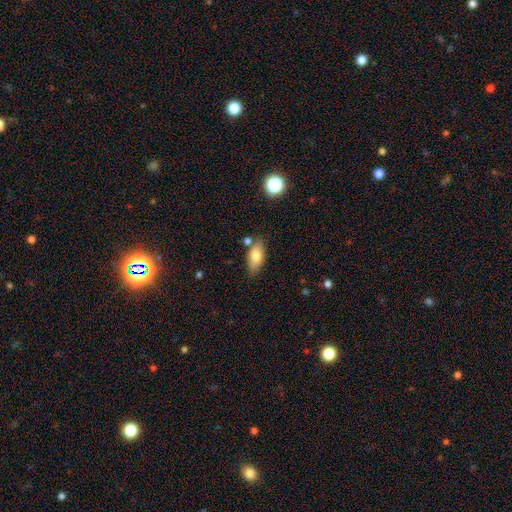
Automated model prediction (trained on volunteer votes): Smooth or featured? Predicted: smooth (p=0.76). How rounded? Predicted: in between (p=0.85). Merging? Predicted: none (p=0.72).